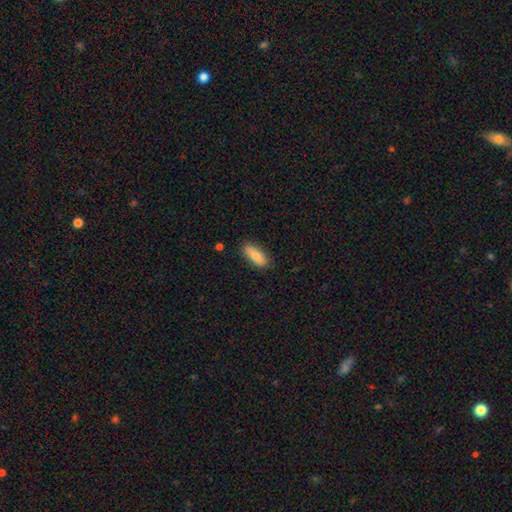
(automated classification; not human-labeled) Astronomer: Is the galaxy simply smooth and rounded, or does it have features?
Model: smooth — 81%.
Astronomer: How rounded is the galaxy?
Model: in between — 73%.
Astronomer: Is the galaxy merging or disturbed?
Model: none — 83%.